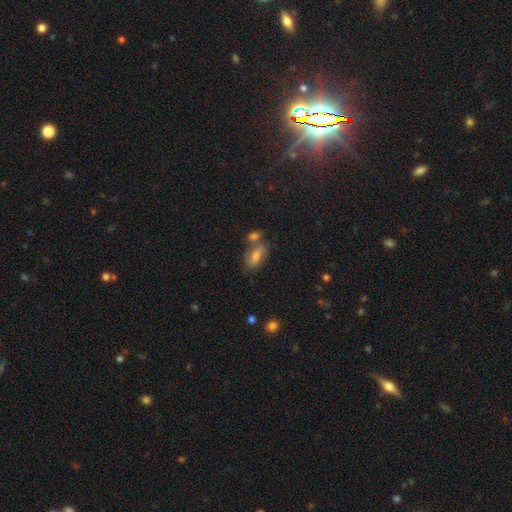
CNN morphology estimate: type=smooth (53%); roundness=in between (84%); merging=none (54%).